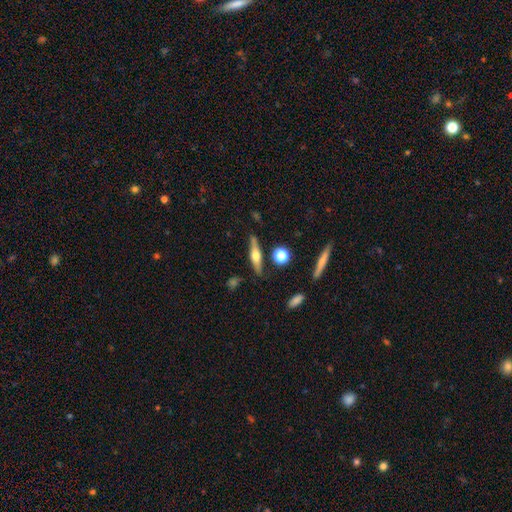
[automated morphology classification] Q: Smooth or featured?
A: featured or disk (59%); runner-up: smooth (34%)
Q: Edge-on disk?
A: yes (94%); runner-up: no (6%)
Q: Edge-on bulge?
A: rounded (91%); runner-up: boxy (6%)
Q: Merging?
A: none (81%); runner-up: minor disturbance (13%)